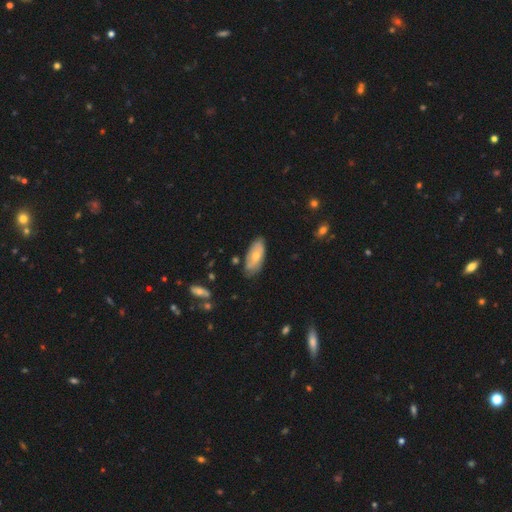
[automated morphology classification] Smooth or featured? smooth (53%)
How rounded? in between (87%)
Merging? none (70%)